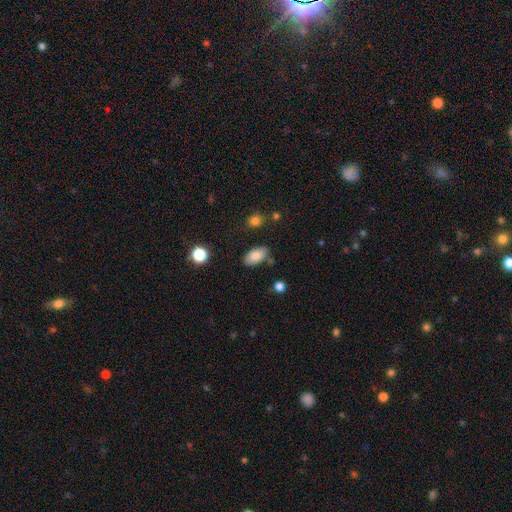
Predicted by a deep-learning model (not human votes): The model was most divided on "merging": none: 80%, minor disturbance: 13%, merger: 4%, major disturbance: 3%. More confident: how rounded — in between (93%); smooth or featured — smooth (81%).